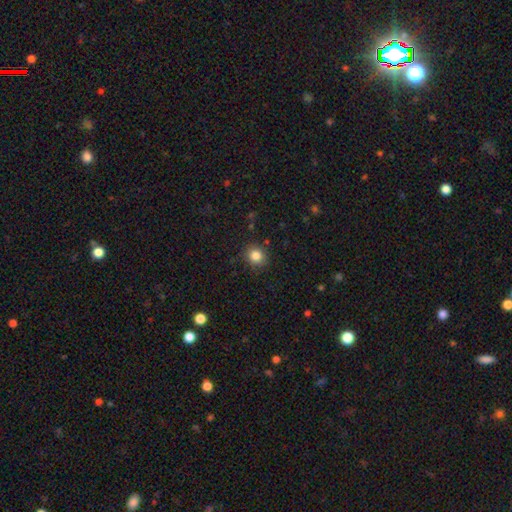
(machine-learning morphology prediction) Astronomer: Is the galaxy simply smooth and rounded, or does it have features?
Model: smooth — 84%.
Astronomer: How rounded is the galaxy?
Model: round — 86%.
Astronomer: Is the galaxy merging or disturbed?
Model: none — 87%.